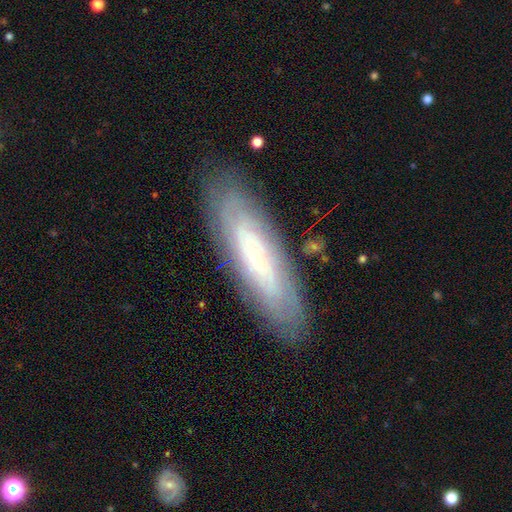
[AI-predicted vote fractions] Q: Smooth or featured?
A: featured or disk (63%); runner-up: smooth (29%)
Q: Edge-on disk?
A: no (72%); runner-up: yes (28%)
Q: Merging?
A: none (84%); runner-up: minor disturbance (12%)